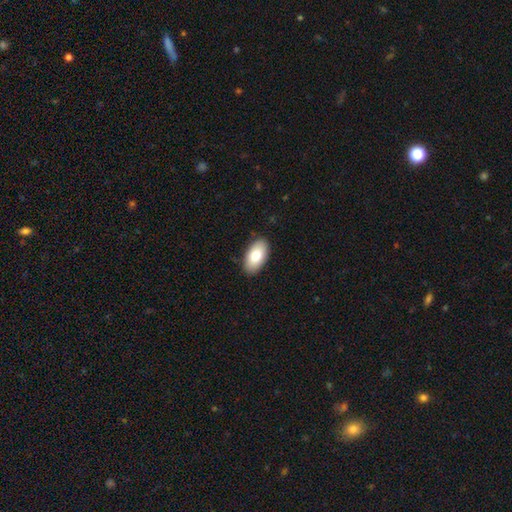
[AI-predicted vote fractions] Morphology: type=smooth (79%); roundness=in between (95%); merging=none (88%).